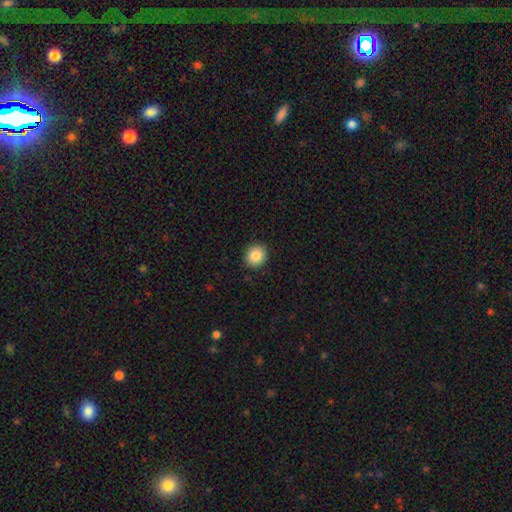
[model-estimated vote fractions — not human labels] This is clearly a smooth galaxy (85%). How rounded: clearly round (82%). Merging: clearly none (91%).